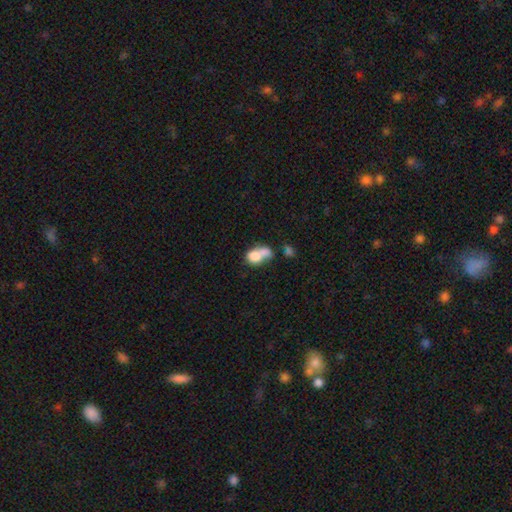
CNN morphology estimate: This is likely a smooth galaxy (73%). How rounded: likely in between (67%). Merging: likely merger (61%).